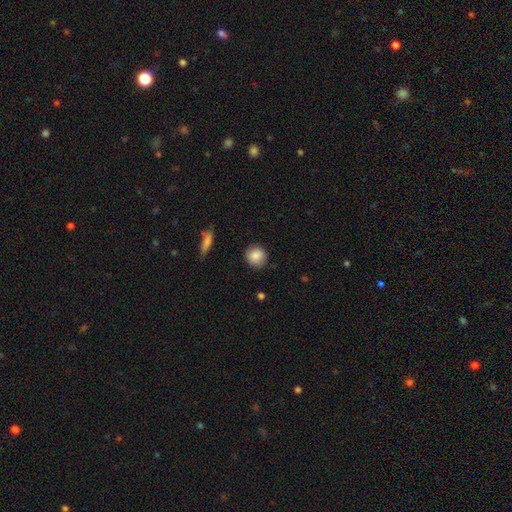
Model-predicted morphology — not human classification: smooth 86%, star or artifact 8%, featured or disk 6%. Down the decision tree: how rounded — round (89%); merging — none (86%).